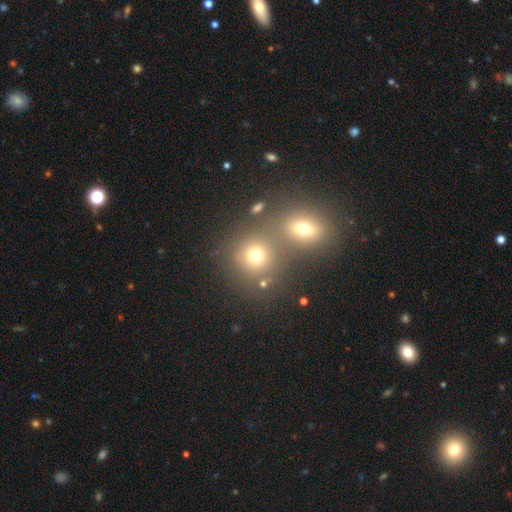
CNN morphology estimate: smooth 72%, star or artifact 17%, featured or disk 11%. Down the decision tree: how rounded — round (83%); merging — none (51%).